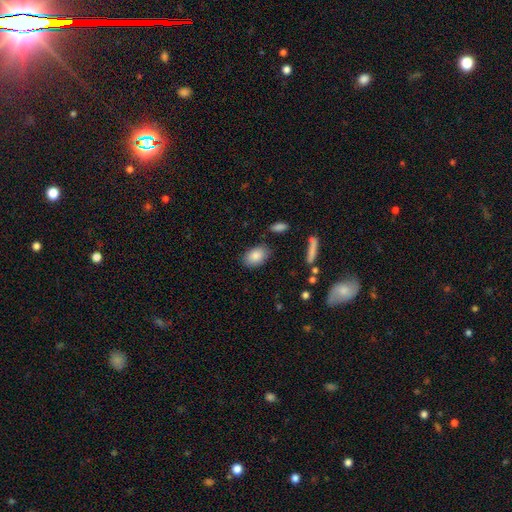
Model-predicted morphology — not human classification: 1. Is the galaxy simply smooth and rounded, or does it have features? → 86% smooth, 7% star or artifact, 7% featured or disk.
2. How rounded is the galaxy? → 89% in between, 10% round, 2% cigar-shaped.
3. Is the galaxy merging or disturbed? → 81% none, 13% minor disturbance, 3% major disturbance, 3% merger.